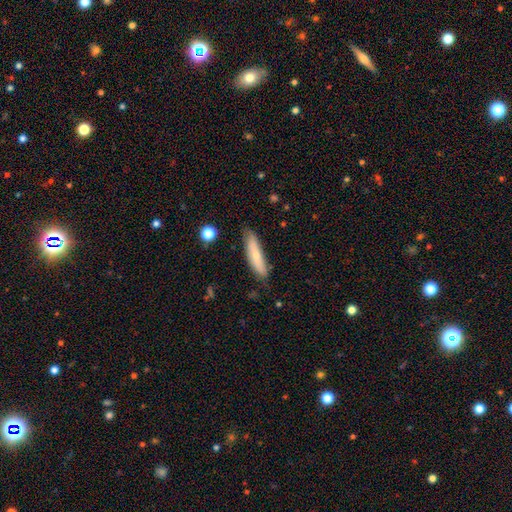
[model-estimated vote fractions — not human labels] smooth_or_featured: smooth (p=0.65) [alt: featured or disk p=0.28]
how_rounded: cigar-shaped (p=0.78) [alt: in between p=0.21]
merging: none (p=0.77) [alt: minor disturbance p=0.18]